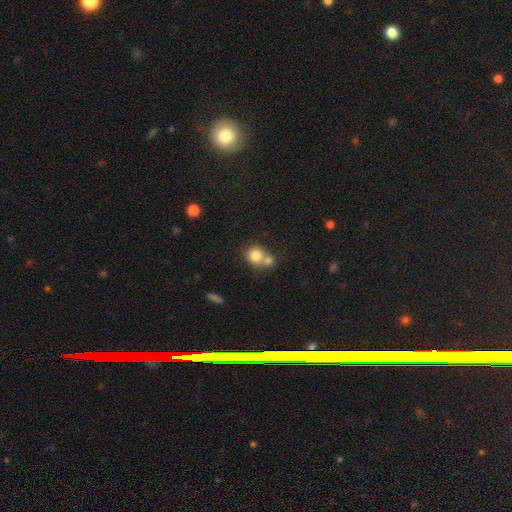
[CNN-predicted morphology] Q: Smooth or featured?
A: smooth (80%); runner-up: star or artifact (10%)
Q: How rounded?
A: round (83%); runner-up: in between (16%)
Q: Merging?
A: merger (49%); runner-up: none (41%)